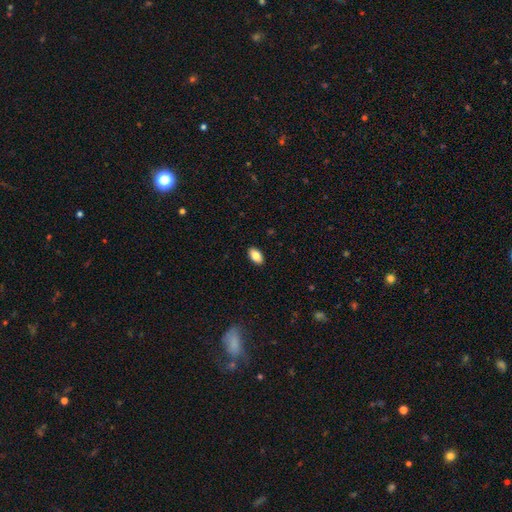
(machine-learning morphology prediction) The model was most divided on "smooth or featured": smooth: 84%, featured or disk: 9%, star or artifact: 7%. More confident: how rounded — in between (93%); merging — none (90%).